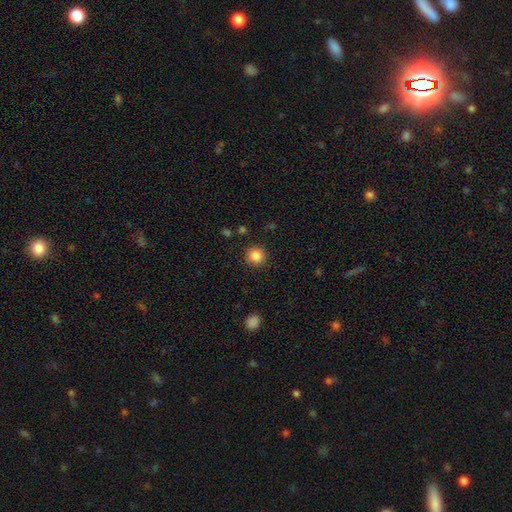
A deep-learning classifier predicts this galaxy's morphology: smooth-or-featured: smooth: 85% | star or artifact: 10% | featured or disk: 4%
  how-rounded: round: 93% | in between: 6% | cigar-shaped: 1%
  merging: none: 89% | minor disturbance: 7% | major disturbance: 2% | merger: 1%